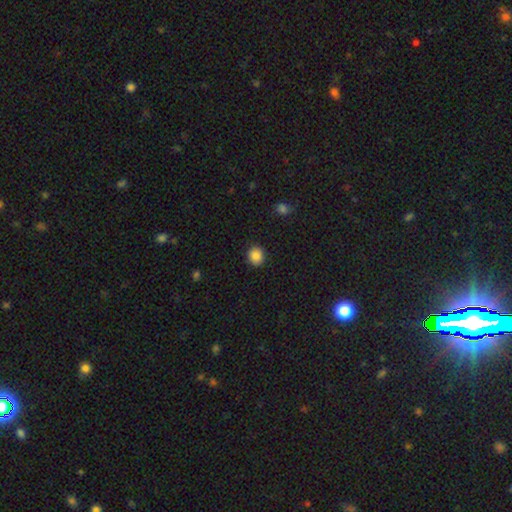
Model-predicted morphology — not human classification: Smooth or featured?
  - smooth: 87% *
  - star or artifact: 10%
  - featured or disk: 3%
How rounded?
  - round: 82% *
  - in between: 17%
  - cigar-shaped: 1%
Merging?
  - none: 91% *
  - minor disturbance: 6%
  - major disturbance: 2%
  - merger: 1%